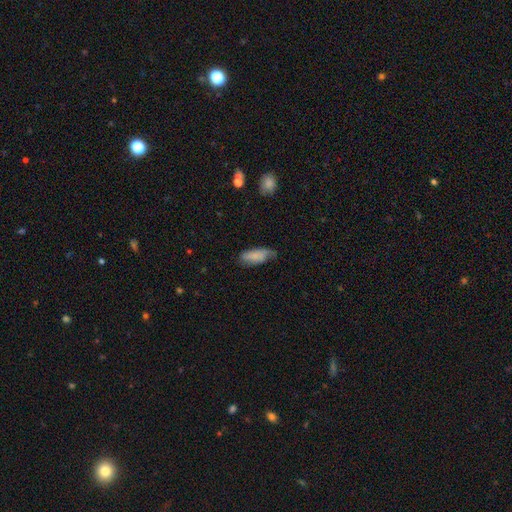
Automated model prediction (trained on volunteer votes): Overall: smooth (77%). How rounded: in between (75%). Merging: none (48%; minor disturbance 39%).